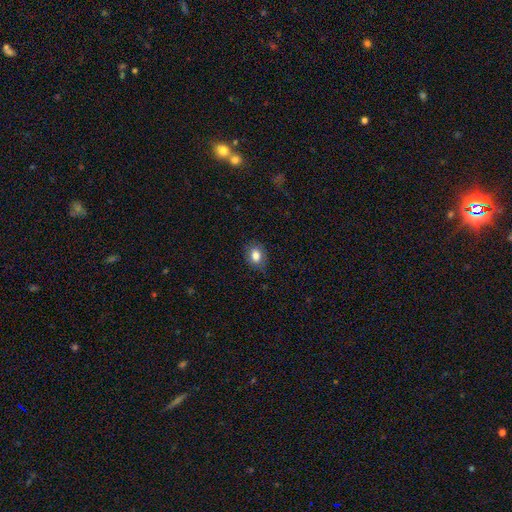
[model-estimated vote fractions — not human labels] Smooth or featured? Predicted: smooth (p=0.82). How rounded? Predicted: in between (p=0.60). Merging? Predicted: none (p=0.79).